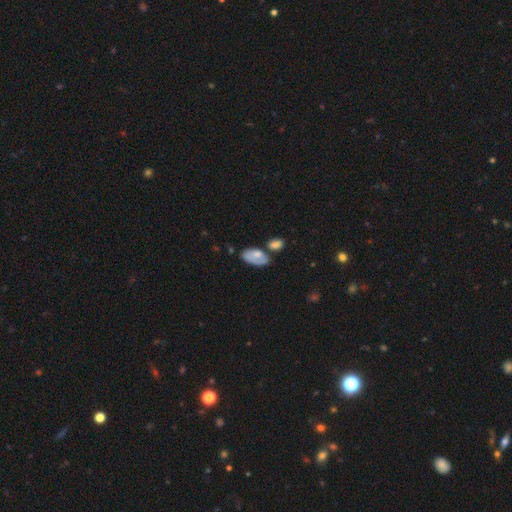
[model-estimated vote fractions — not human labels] Smooth or featured: smooth — 66% (featured or disk — 27%)
How rounded: in between — 93% (round — 5%)
Merging: none — 42% (minor disturbance — 24%)